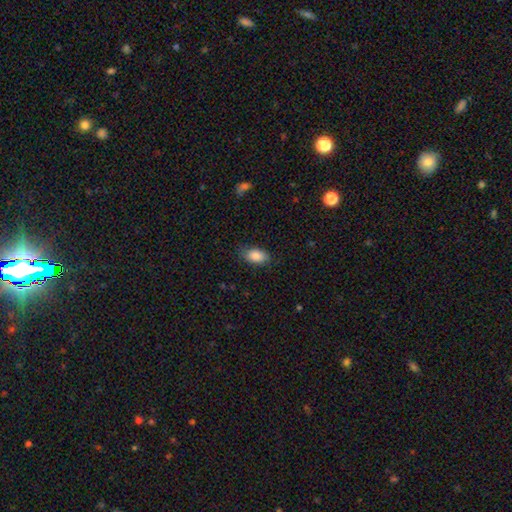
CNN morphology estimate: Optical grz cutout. It shows a smooth galaxy with no disk features (87%) that is in between round and cigar-shaped (91%). Merging: none (80%).